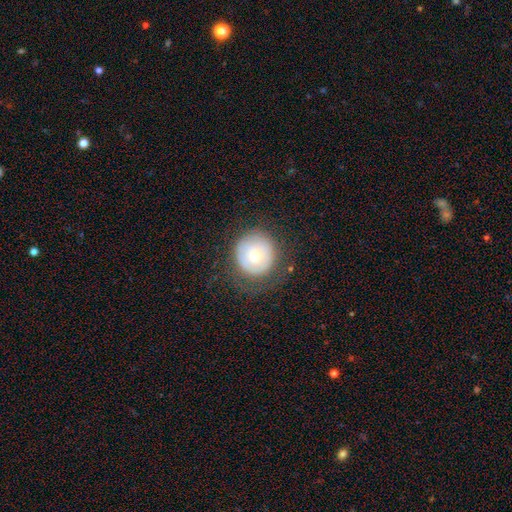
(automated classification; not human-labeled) Smooth or featured?
  - smooth: 61% *
  - featured or disk: 31%
  - star or artifact: 9%
How rounded?
  - round: 90% *
  - in between: 9%
  - cigar-shaped: 1%
Merging?
  - none: 64% *
  - minor disturbance: 21%
  - major disturbance: 14%
  - merger: 1%